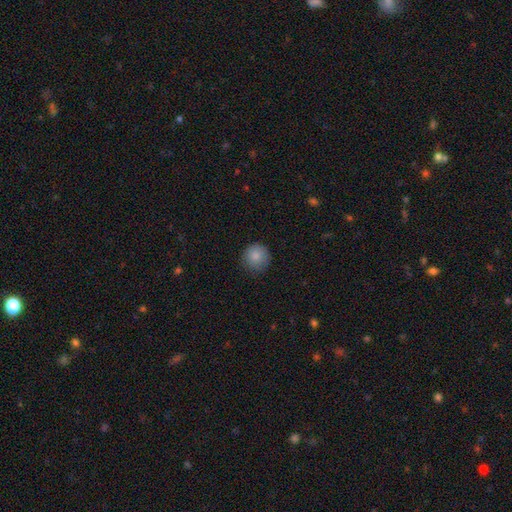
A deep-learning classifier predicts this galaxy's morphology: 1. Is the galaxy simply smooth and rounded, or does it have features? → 85% smooth, 9% star or artifact, 6% featured or disk.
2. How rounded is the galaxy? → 94% round, 5% in between, 1% cigar-shaped.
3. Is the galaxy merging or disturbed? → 83% none, 13% minor disturbance, 3% major disturbance, 1% merger.